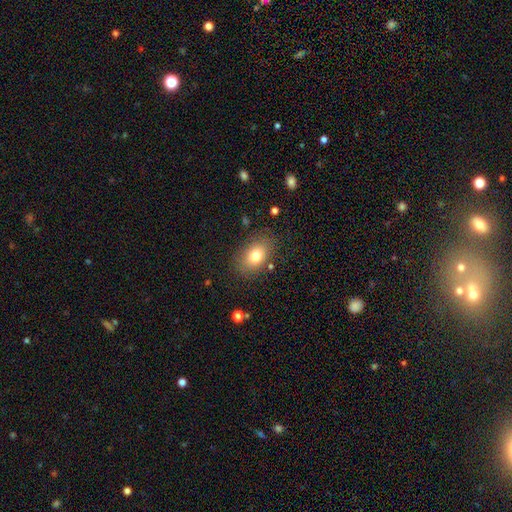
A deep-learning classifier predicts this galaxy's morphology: Smooth or featured?
  - smooth: 78% *
  - featured or disk: 13%
  - star or artifact: 10%
How rounded?
  - in between: 81% *
  - round: 18%
  - cigar-shaped: 1%
Merging?
  - none: 82% *
  - minor disturbance: 12%
  - major disturbance: 4%
  - merger: 2%